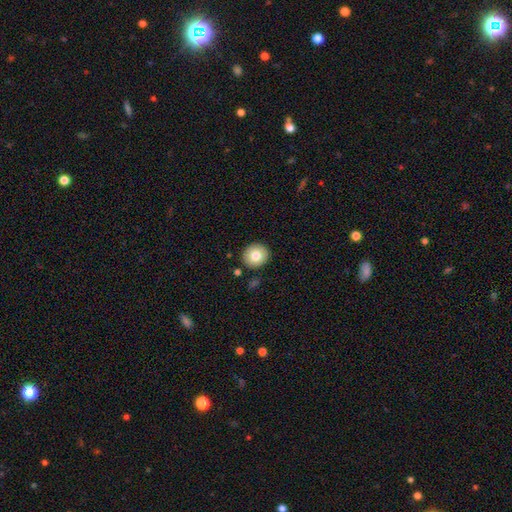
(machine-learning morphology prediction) smooth 80%, featured or disk 12%, star or artifact 8%. Down the decision tree: how rounded — round (86%); merging — none (88%).